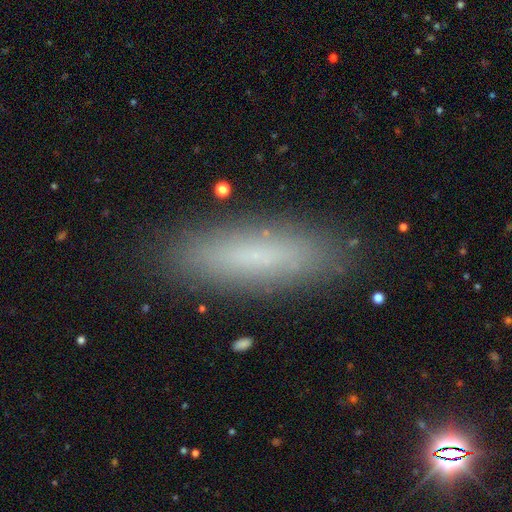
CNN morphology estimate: Smooth or featured? Predicted: smooth (p=0.70). How rounded? Predicted: cigar-shaped (p=0.66). Merging? Predicted: none (p=0.87).